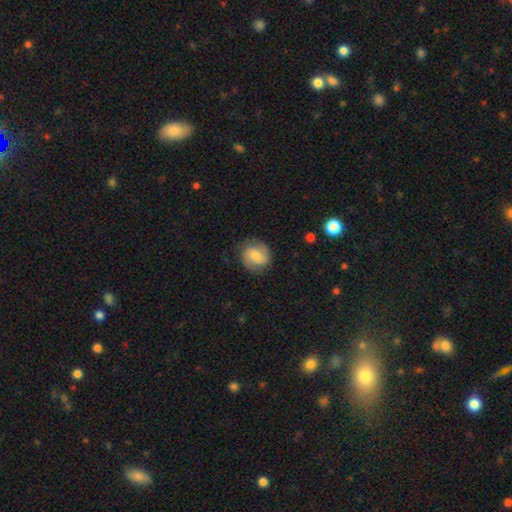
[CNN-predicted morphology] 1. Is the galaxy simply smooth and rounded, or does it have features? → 46% smooth (tied), 46% featured or disk (tied), 8% star or artifact.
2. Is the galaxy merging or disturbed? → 81% none, 14% minor disturbance, 4% major disturbance, 1% merger.